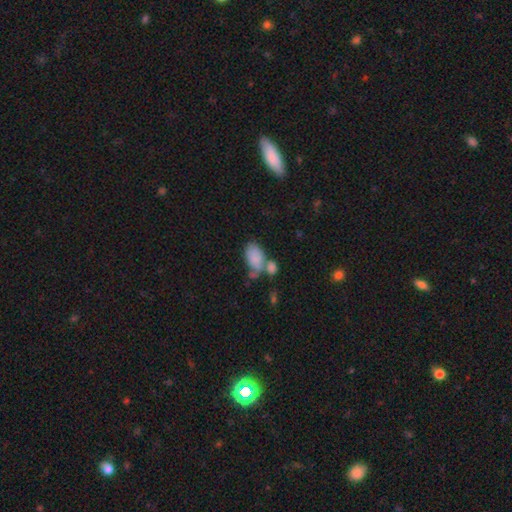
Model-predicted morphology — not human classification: This is likely a smooth galaxy (79%). How rounded: clearly in between (92%). Merging: marginally merger (41%).